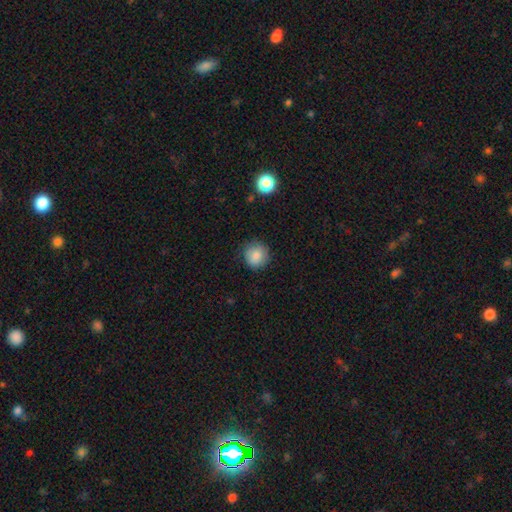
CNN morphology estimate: The model was most divided on "merging": none: 85%, minor disturbance: 11%, major disturbance: 3%, merger: 1%. More confident: how rounded — round (92%); smooth or featured — smooth (84%).